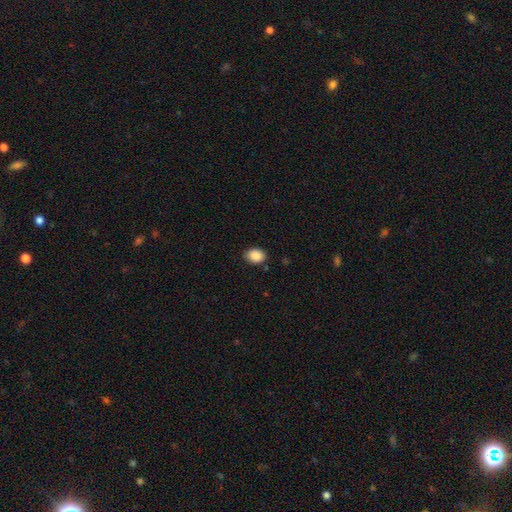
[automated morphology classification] smooth-or-featured: smooth: 89% | star or artifact: 8% | featured or disk: 3%
  how-rounded: in between: 67% | round: 32% | cigar-shaped: 1%
  merging: none: 85% | minor disturbance: 11% | major disturbance: 2% | merger: 1%